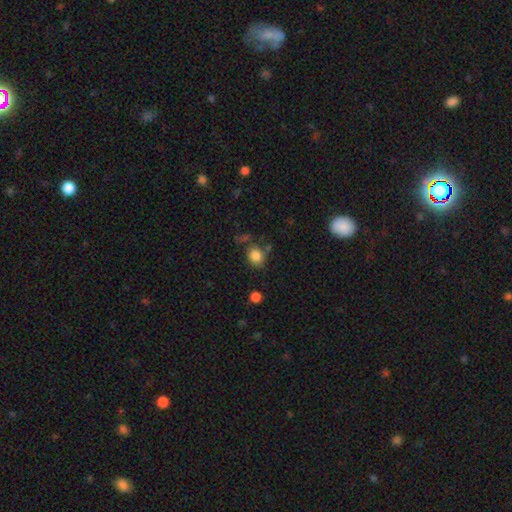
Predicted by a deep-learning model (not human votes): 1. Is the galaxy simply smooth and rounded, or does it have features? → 84% smooth, 10% star or artifact, 6% featured or disk.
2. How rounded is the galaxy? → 65% round, 34% in between, 1% cigar-shaped.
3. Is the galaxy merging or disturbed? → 70% none, 16% minor disturbance, 8% merger, 6% major disturbance.